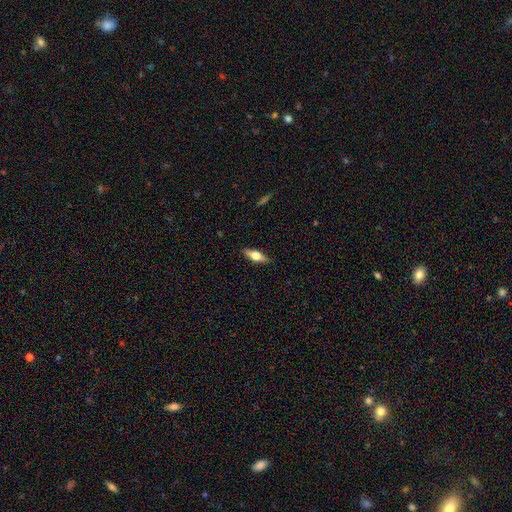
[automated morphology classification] A smooth galaxy with no disk features (48%).

Vote fractions:
- Smooth or featured? smooth: 48% / featured or disk: 45% / star or artifact: 6%
- Merging? none: 88% / minor disturbance: 9% / major disturbance: 2% / merger: 1%